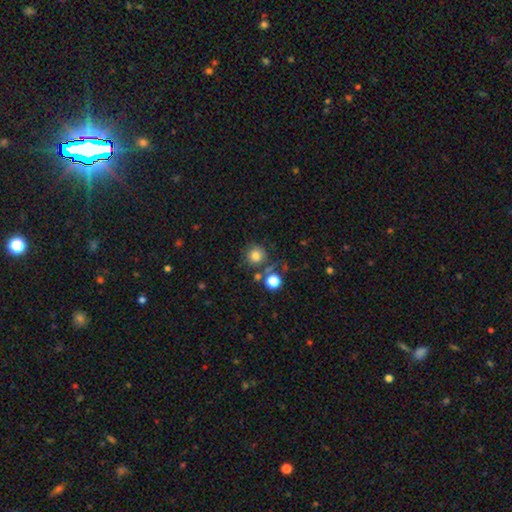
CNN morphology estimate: Smooth or featured? Predicted: smooth (p=0.79). How rounded? Predicted: round (p=0.92). Merging? Predicted: none (p=0.72).